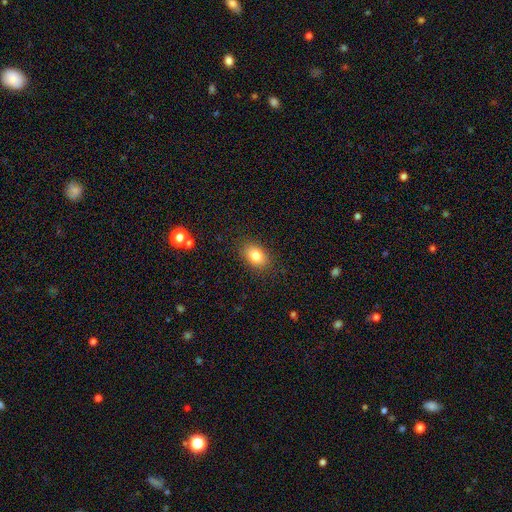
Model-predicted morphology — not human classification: This is clearly a smooth galaxy (82%). How rounded: likely in between (78%). Merging: clearly none (86%).